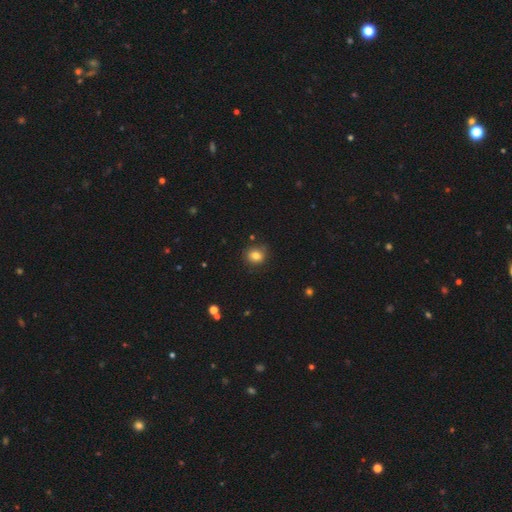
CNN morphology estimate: This is clearly a smooth galaxy (81%). How rounded: likely round (78%). Merging: clearly none (83%).